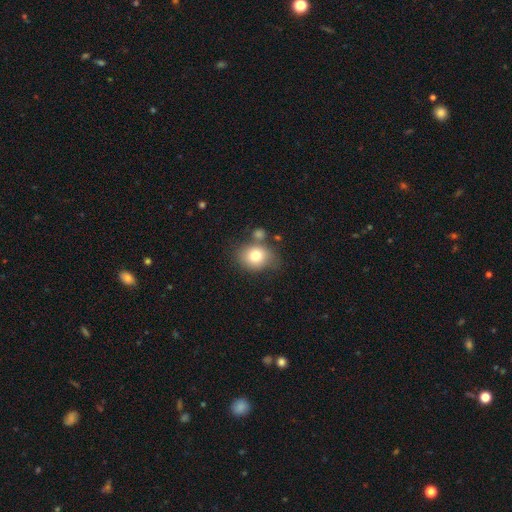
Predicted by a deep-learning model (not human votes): Morphology: type=smooth (77%); roundness=round (56%); merging=none (59%).